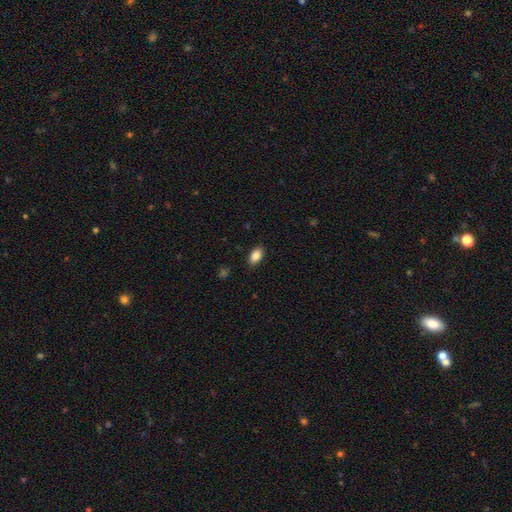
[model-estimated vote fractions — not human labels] This is clearly a smooth galaxy (87%). How rounded: clearly in between (91%). Merging: clearly none (87%).